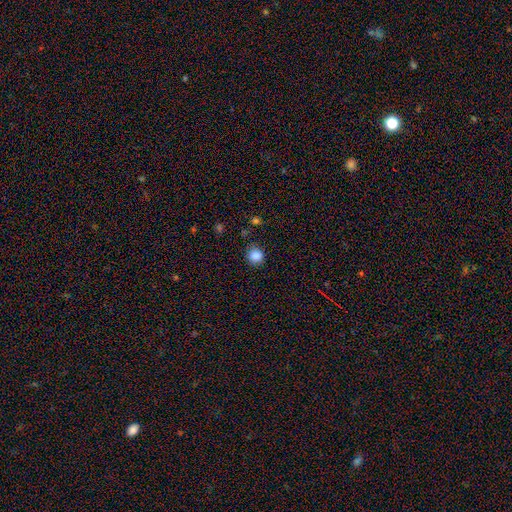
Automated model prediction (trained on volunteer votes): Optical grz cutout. It shows a smooth galaxy with no disk features (86%) that is round (88%). Merging: none (84%).